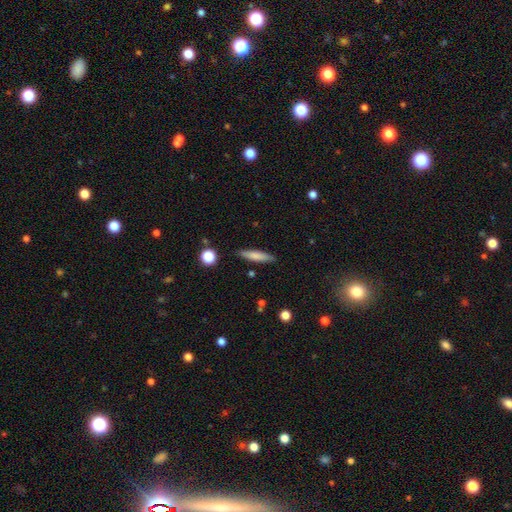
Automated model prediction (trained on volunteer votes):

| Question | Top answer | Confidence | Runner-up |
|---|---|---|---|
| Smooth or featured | smooth | 75% | featured or disk (19%) |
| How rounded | cigar-shaped | 86% | in between (12%) |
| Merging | none | 88% | minor disturbance (9%) |